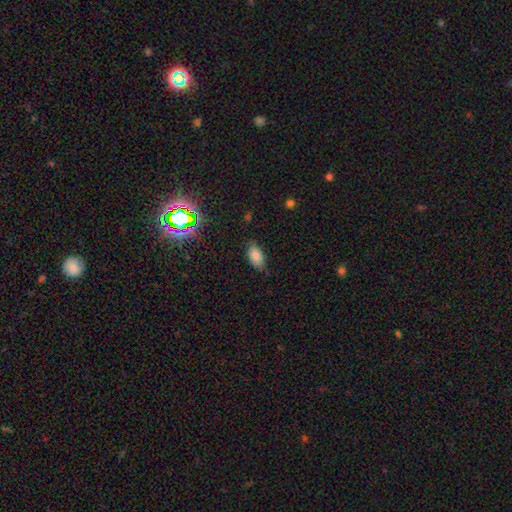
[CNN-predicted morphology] This appears to be a smooth galaxy with no disk features (80%) that is in between round and cigar-shaped (92%). Merging: none (79%).